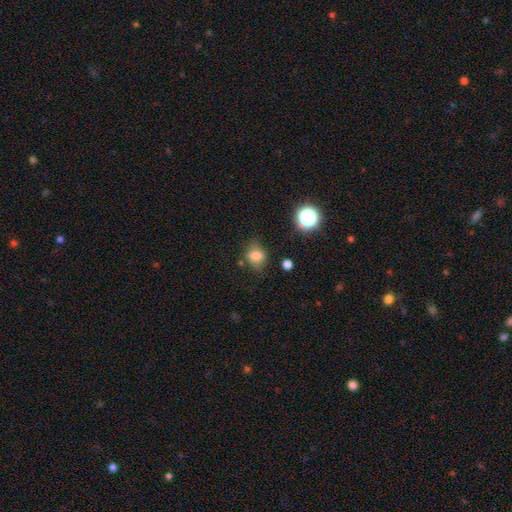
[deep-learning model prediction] Q: Smooth or featured?
A: smooth (75%); runner-up: star or artifact (13%)
Q: How rounded?
A: in between (56%); runner-up: round (43%)
Q: Merging?
A: none (64%); runner-up: minor disturbance (24%)